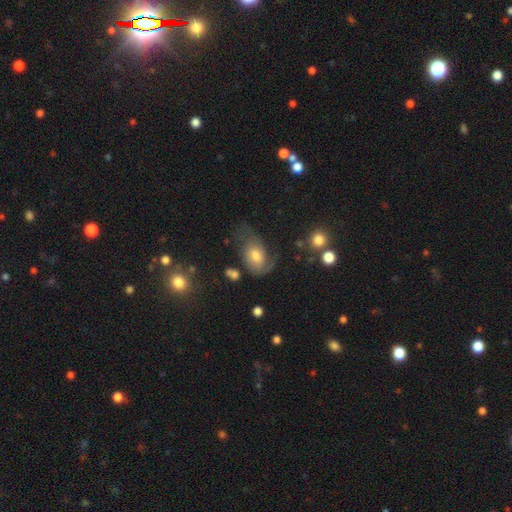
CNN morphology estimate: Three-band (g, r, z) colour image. It shows a featured or disk galaxy (53%) with no bar (70%), spiral arms (80%) and a moderate central bulge (67%). Merging: none (41%).